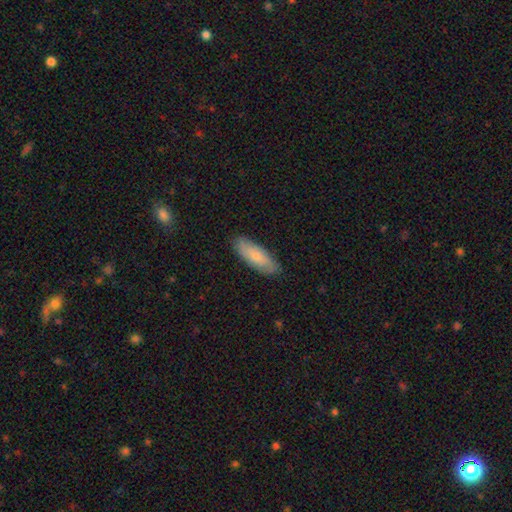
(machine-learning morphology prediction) smooth_or_featured: smooth (p=0.71) [alt: featured or disk p=0.23]
how_rounded: in between (p=0.61) [alt: cigar-shaped p=0.37]
merging: none (p=0.85) [alt: minor disturbance p=0.11]